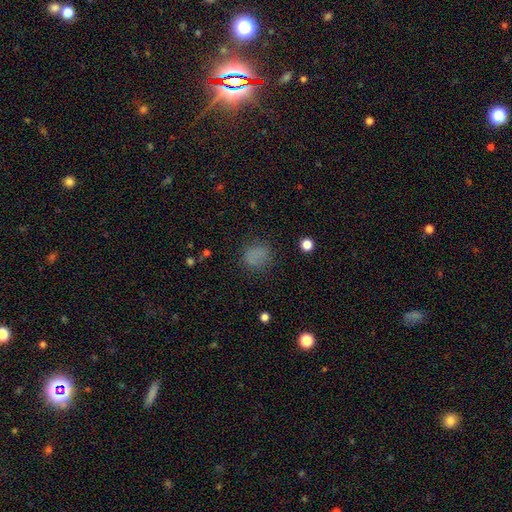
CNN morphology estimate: Smooth or featured? smooth (77%)
How rounded? round (68%)
Merging? none (77%)